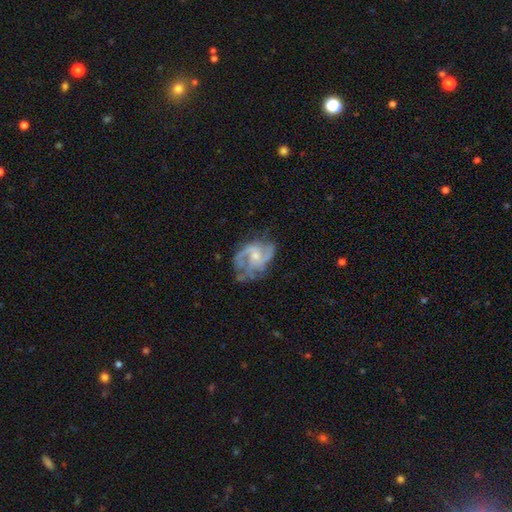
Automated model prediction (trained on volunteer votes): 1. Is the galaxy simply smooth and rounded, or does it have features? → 85% featured or disk, 9% smooth, 6% star or artifact.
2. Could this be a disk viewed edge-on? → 98% no, 2% yes.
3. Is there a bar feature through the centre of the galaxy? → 62% no, 33% weak, 5% strong.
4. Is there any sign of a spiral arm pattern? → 95% yes, 5% no.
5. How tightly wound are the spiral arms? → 52% medium, 26% loose, 22% tight.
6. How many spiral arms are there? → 40% 2, 30% 3, 14% can't tell, 7% 4, 5% 1, 4% more than 4.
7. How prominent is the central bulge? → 54% small, 38% moderate, 5% none, 2% large, 1% dominant.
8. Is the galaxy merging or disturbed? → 56% none, 24% minor disturbance, 18% major disturbance, 2% merger.